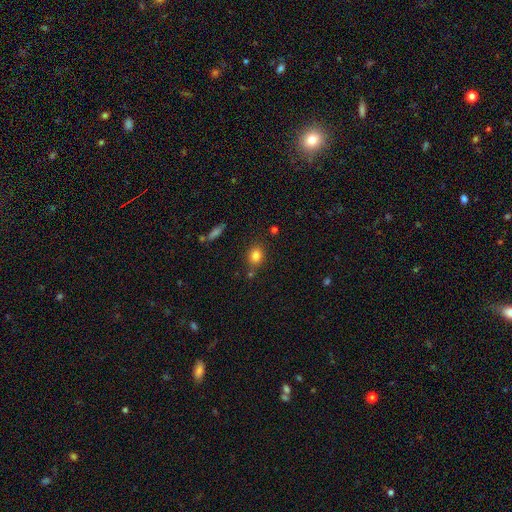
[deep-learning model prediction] Smooth or featured: smooth — 82% (star or artifact — 11%)
How rounded: round — 49% (tied with in between — 49%)
Merging: none — 79% (minor disturbance — 12%)